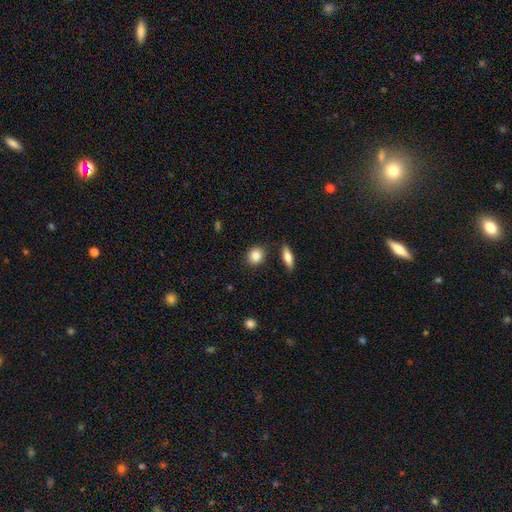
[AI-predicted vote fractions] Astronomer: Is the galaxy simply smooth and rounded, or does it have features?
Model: smooth — 86%.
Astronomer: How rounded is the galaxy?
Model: round — 68%.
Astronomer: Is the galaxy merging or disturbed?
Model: none — 85%.